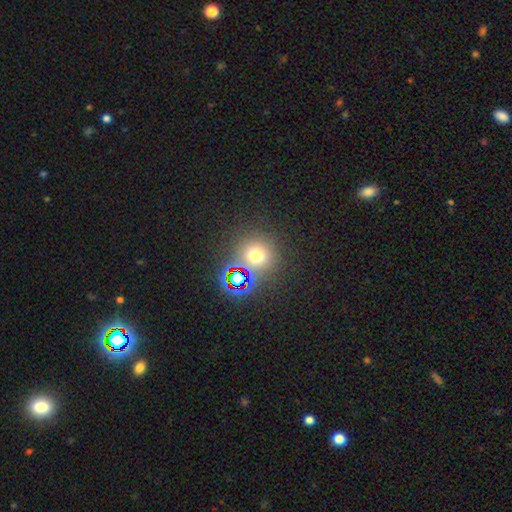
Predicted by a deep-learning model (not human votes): Smooth or featured? smooth (60%)
How rounded? round (92%)
Merging? none (78%)